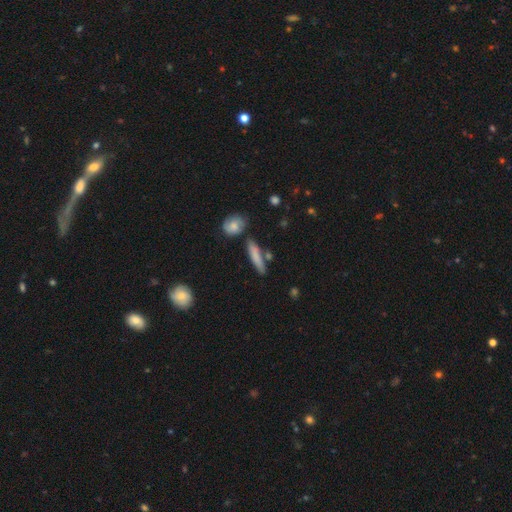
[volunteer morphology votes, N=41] smooth_or_featured: smooth (p=0.76) [alt: featured or disk p=0.22]
how_rounded: cigar-shaped (p=0.94) [alt: in between p=0.06]
merging: none (p=0.68) [alt: minor disturbance p=0.15]